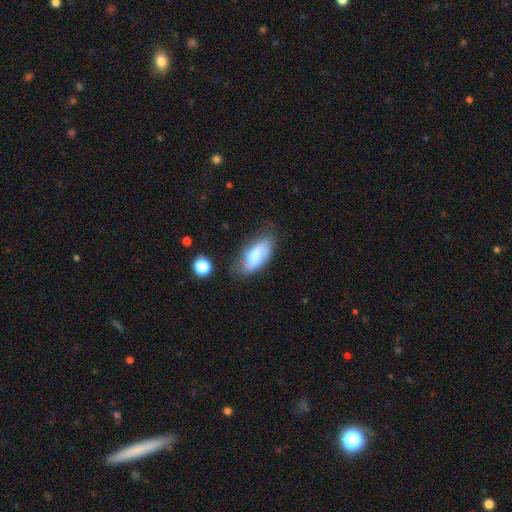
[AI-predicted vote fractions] Smooth or featured: smooth — 67% (featured or disk — 25%)
How rounded: in between — 87% (cigar-shaped — 10%)
Merging: none — 56% (minor disturbance — 29%)